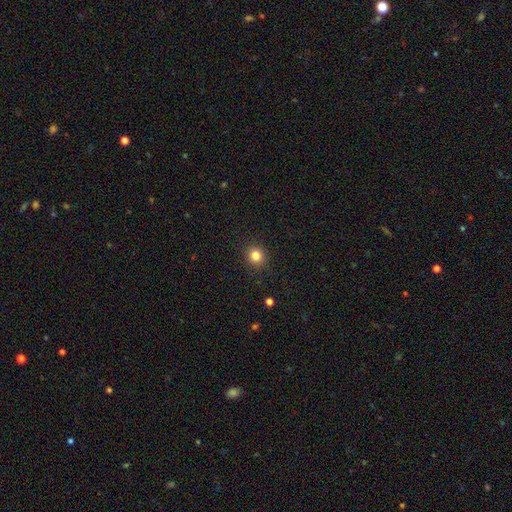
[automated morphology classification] Smooth or featured? Predicted: smooth (p=0.83). How rounded? Predicted: round (p=0.87). Merging? Predicted: none (p=0.91).